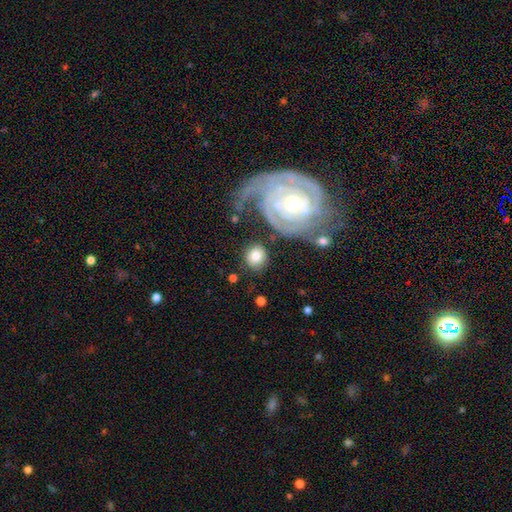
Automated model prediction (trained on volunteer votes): Q: Smooth or featured?
A: smooth (72%); runner-up: featured or disk (21%)
Q: How rounded?
A: round (82%); runner-up: in between (16%)
Q: Merging?
A: none (73%); runner-up: minor disturbance (12%)